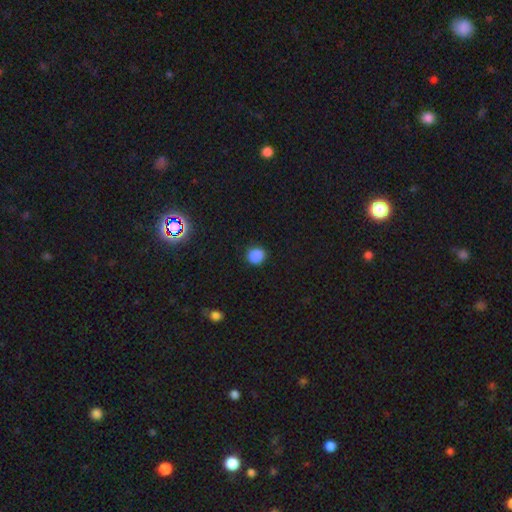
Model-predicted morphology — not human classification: Smooth or featured: smooth — 86% (star or artifact — 11%)
How rounded: round — 76% (in between — 23%)
Merging: none — 86% (minor disturbance — 10%)